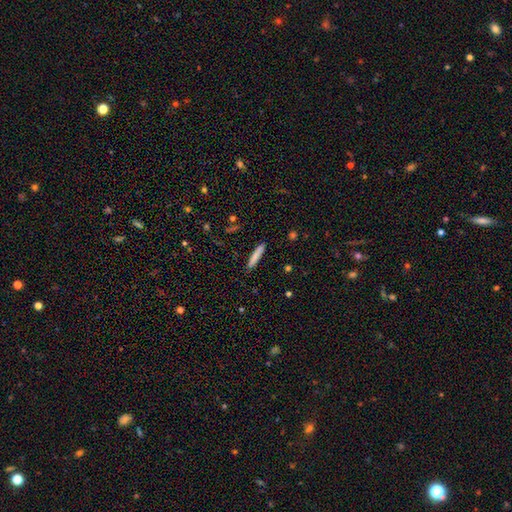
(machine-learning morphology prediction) Smooth or featured: smooth — 80% (featured or disk — 14%)
How rounded: cigar-shaped — 93% (in between — 6%)
Merging: none — 89% (minor disturbance — 8%)